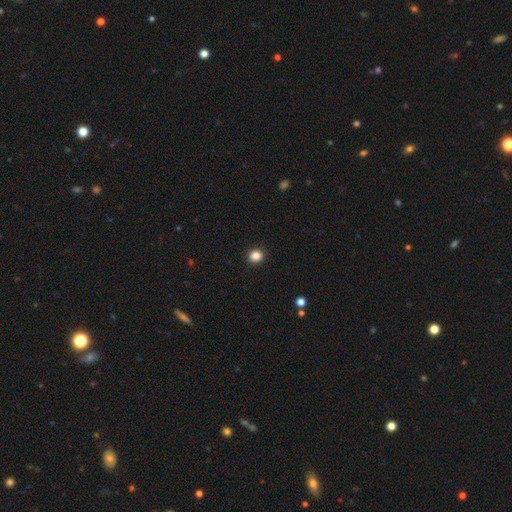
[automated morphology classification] type=smooth (86%); roundness=round (73%); merging=none (92%).